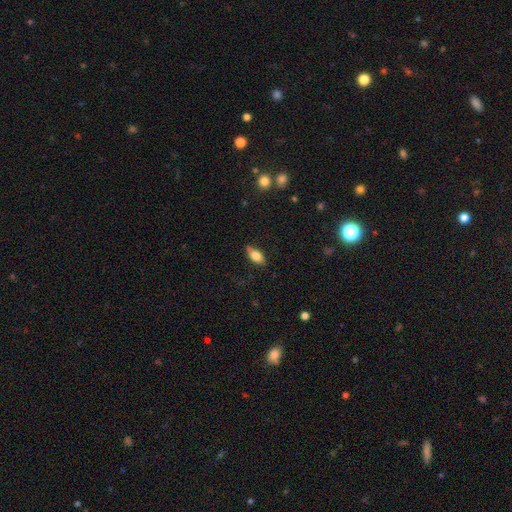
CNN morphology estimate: This appears to be a smooth galaxy with no disk features (75%) that is in between round and cigar-shaped (85%). Merging: none (75%).